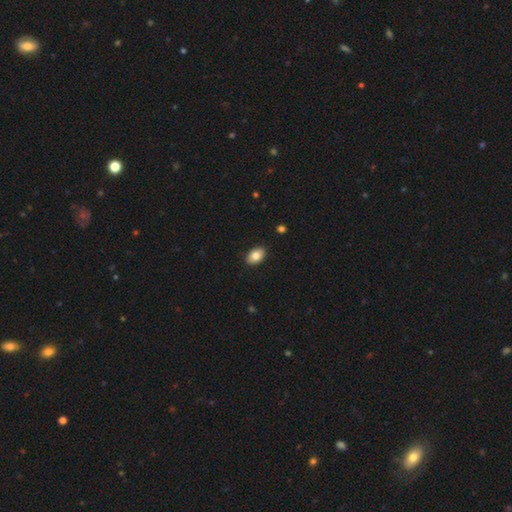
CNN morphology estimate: type=smooth (82%); roundness=in between (89%); merging=none (90%).